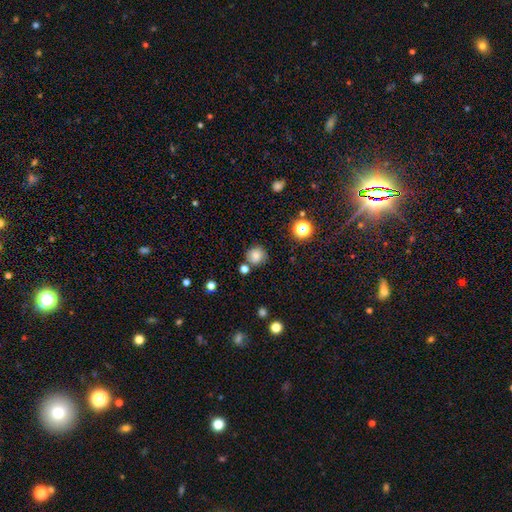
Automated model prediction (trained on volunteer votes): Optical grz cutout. It shows a smooth galaxy with no disk features (81%) that is round (90%). Merging: none (78%).